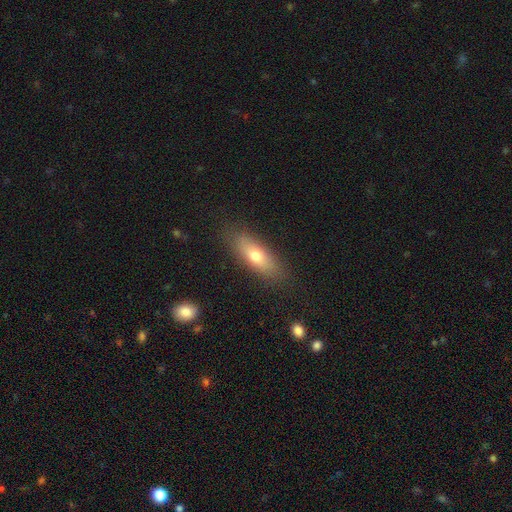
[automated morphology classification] Q: Smooth or featured?
A: smooth (69%); runner-up: featured or disk (24%)
Q: How rounded?
A: in between (61%); runner-up: cigar-shaped (35%)
Q: Merging?
A: none (83%); runner-up: minor disturbance (12%)